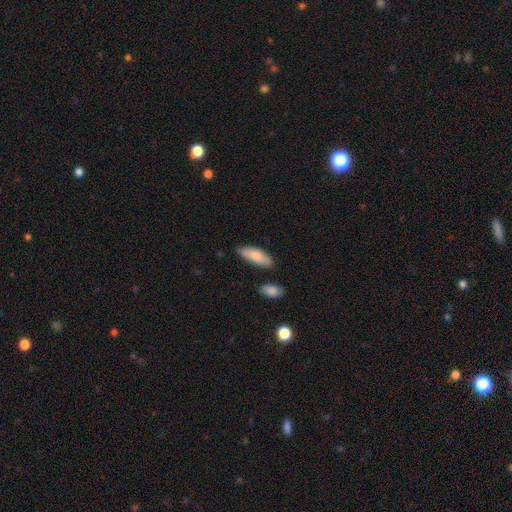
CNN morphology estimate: smooth_or_featured: smooth (p=0.85) [alt: featured or disk p=0.10]
how_rounded: in between (p=0.73) [alt: cigar-shaped p=0.25]
merging: none (p=0.77) [alt: minor disturbance p=0.17]